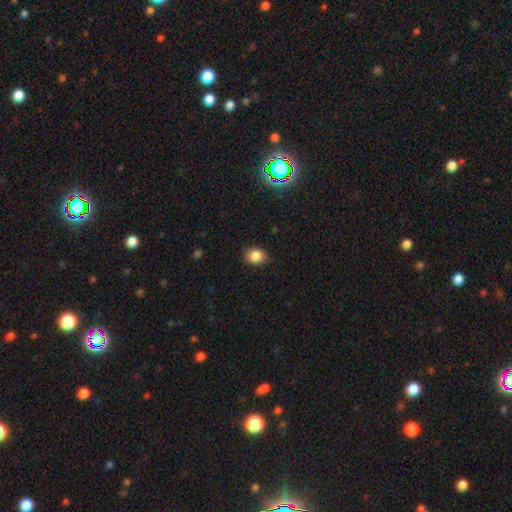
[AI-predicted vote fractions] Q: Smooth or featured?
A: smooth (86%); runner-up: star or artifact (9%)
Q: How rounded?
A: round (50%); runner-up: in between (49%)
Q: Merging?
A: none (85%); runner-up: minor disturbance (12%)